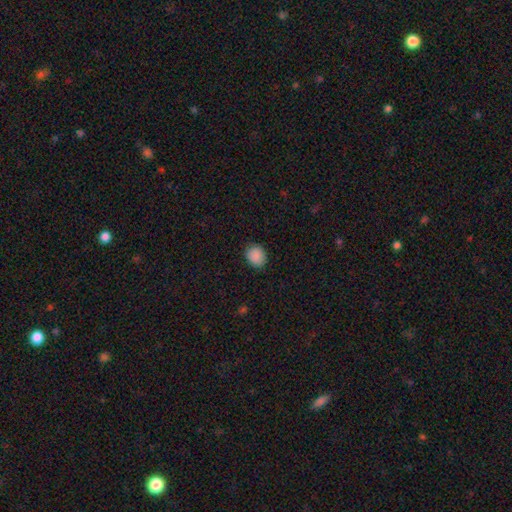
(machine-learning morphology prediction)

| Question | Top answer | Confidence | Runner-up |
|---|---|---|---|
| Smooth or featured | smooth | 89% | star or artifact (8%) |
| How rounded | round | 61% | in between (38%) |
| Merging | none | 87% | minor disturbance (10%) |